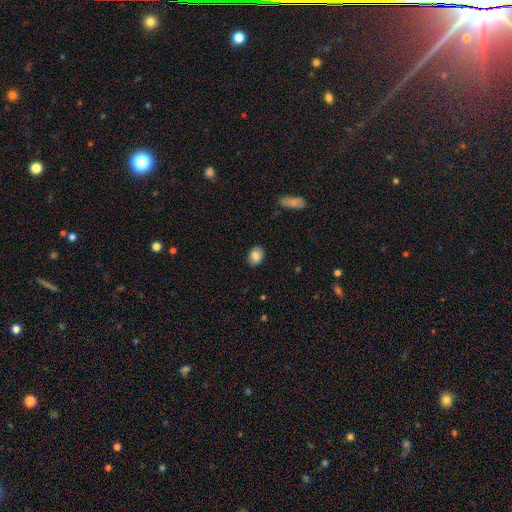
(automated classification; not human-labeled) smooth-or-featured: smooth: 82% | featured or disk: 10% | star or artifact: 8%
  how-rounded: in between: 69% | round: 30% | cigar-shaped: 1%
  merging: none: 87% | minor disturbance: 10% | major disturbance: 2% | merger: 1%